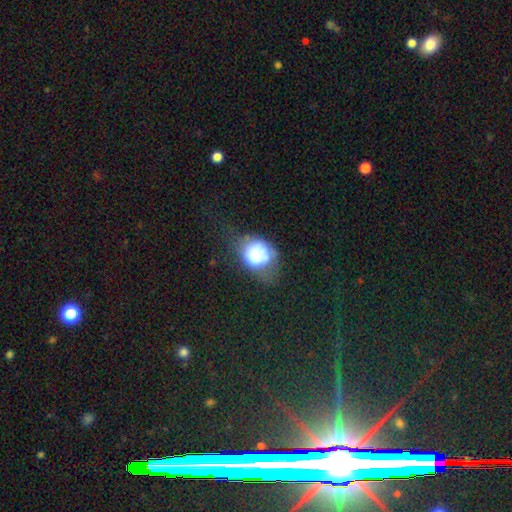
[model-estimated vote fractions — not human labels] The model was most divided on "merging": none: 35%, minor disturbance: 33%, major disturbance: 26%, merger: 5%. More confident: smooth or featured — smooth (69%); how rounded — round (56%).